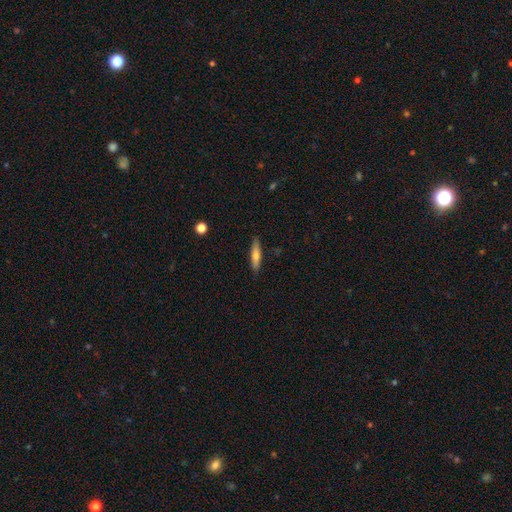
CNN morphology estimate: Smooth or featured? Predicted: smooth (p=0.67). How rounded? Predicted: cigar-shaped (p=0.81). Merging? Predicted: none (p=0.88).